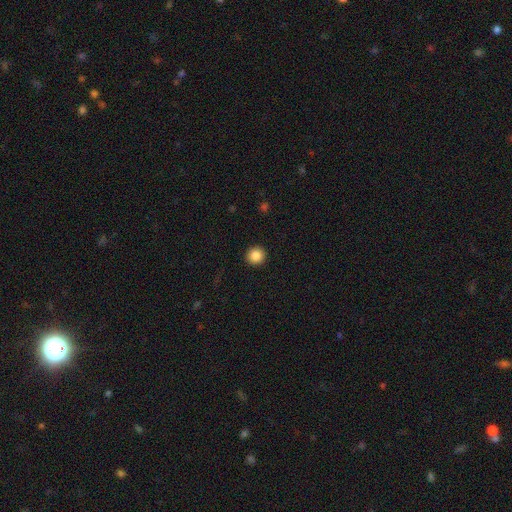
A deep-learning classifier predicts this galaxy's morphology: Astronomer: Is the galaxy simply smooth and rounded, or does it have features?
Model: smooth — 86%.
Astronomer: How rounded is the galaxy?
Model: round — 95%.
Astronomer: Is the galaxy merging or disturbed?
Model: none — 93%.